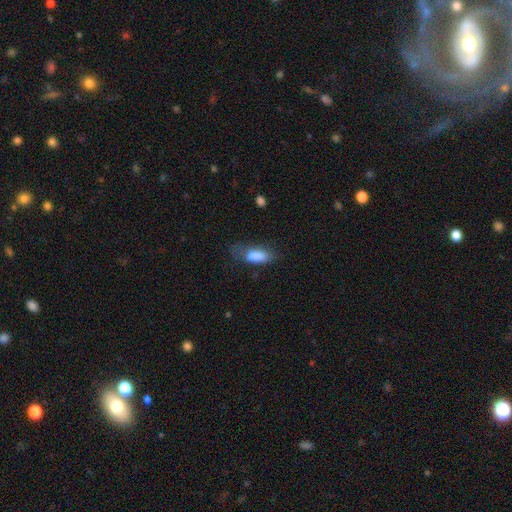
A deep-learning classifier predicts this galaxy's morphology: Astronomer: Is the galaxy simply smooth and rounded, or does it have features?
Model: smooth — 81%.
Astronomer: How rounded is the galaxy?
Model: in between — 79%.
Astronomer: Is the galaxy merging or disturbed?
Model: none — 39% (runner-up: minor disturbance, 31%).